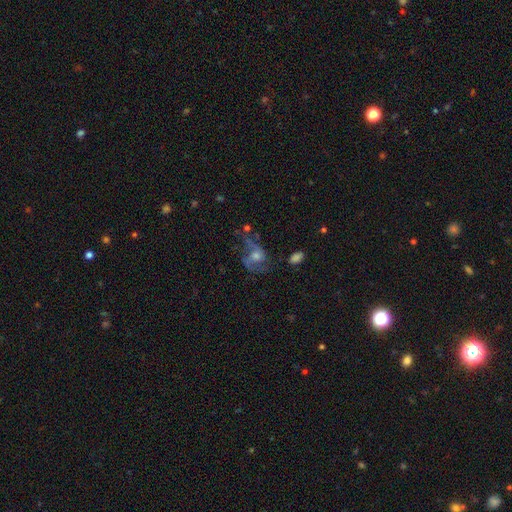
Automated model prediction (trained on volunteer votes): This is likely a featured or disk galaxy (70%). It is clearly not viewed edge-on (97%). Bar: likely no (66%). Spiral arm pattern: clearly yes (84%). Spiral arm count: likely 2 (72%). Spiral winding: possibly medium (46%). Central bulge: possibly moderate (53%). Merging: possibly none (49%).